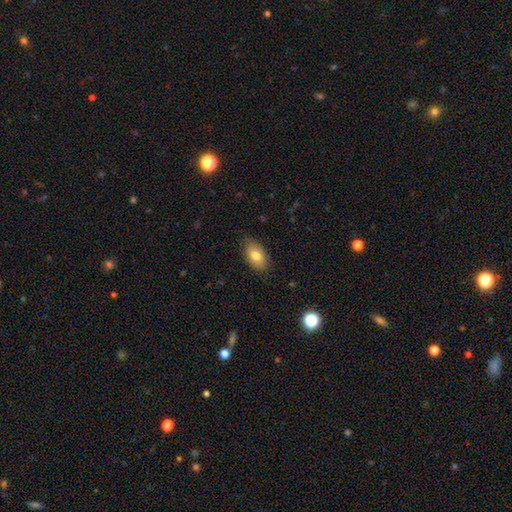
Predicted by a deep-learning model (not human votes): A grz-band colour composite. It shows a smooth galaxy with no disk features (77%) that is in between round and cigar-shaped (91%). Merging: none (82%).